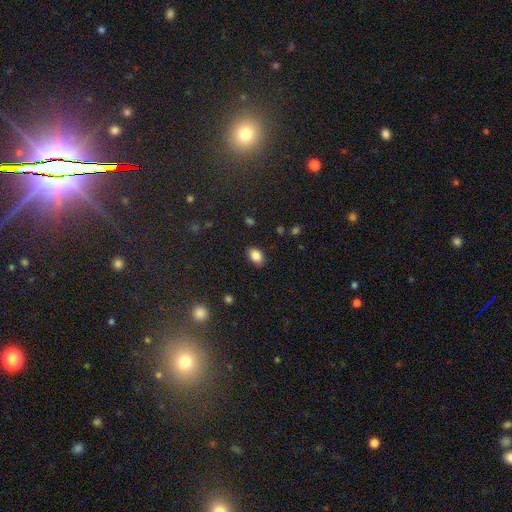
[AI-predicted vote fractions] Smooth or featured?
  - smooth: 87% *
  - star or artifact: 9%
  - featured or disk: 5%
How rounded?
  - in between: 83% *
  - round: 16%
  - cigar-shaped: 1%
Merging?
  - none: 84% *
  - minor disturbance: 12%
  - major disturbance: 3%
  - merger: 1%